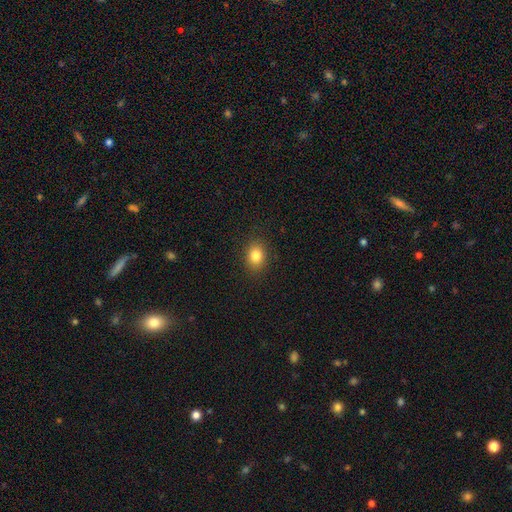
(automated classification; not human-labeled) Smooth or featured?
  - smooth: 83% *
  - star or artifact: 10%
  - featured or disk: 7%
How rounded?
  - in between: 58% *
  - round: 41%
  - cigar-shaped: 1%
Merging?
  - none: 88% *
  - minor disturbance: 9%
  - major disturbance: 3%
  - merger: 1%